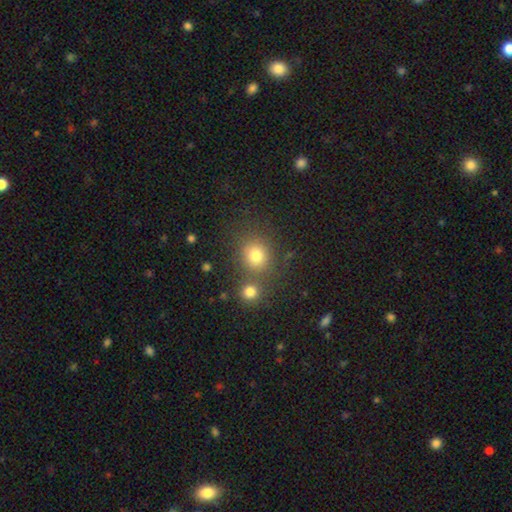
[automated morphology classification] The model was most divided on "merging": none: 66%, merger: 21%, minor disturbance: 9%, major disturbance: 4%. More confident: how rounded — round (84%); smooth or featured — smooth (78%).